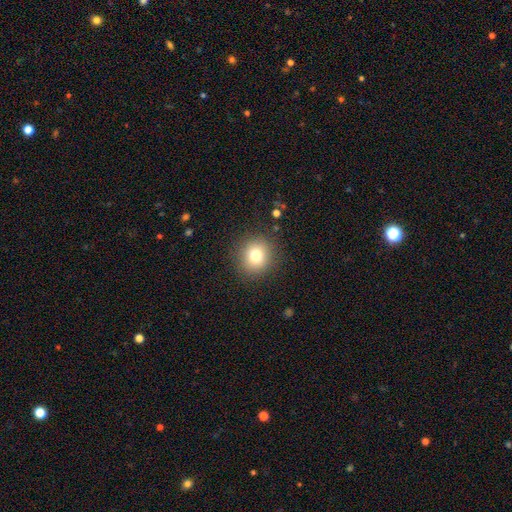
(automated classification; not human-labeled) smooth 77%, star or artifact 13%, featured or disk 10%. Down the decision tree: how rounded — round (88%); merging — none (88%).